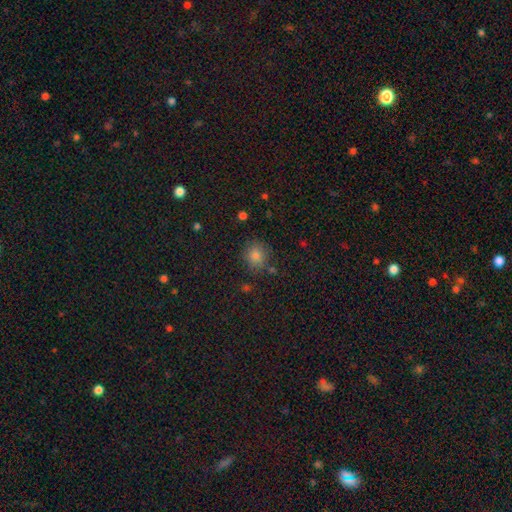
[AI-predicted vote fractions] The model was most divided on "smooth or featured": smooth: 77%, star or artifact: 17%, featured or disk: 6%. More confident: merging — none (82%); how rounded — round (81%).